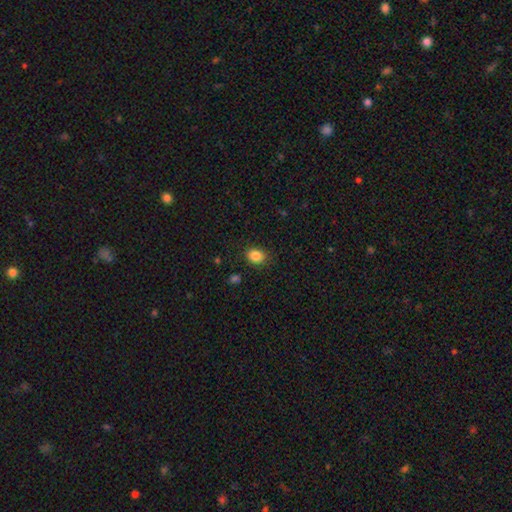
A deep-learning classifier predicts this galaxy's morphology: type=smooth (86%); roundness=round (53%); merging=none (86%).